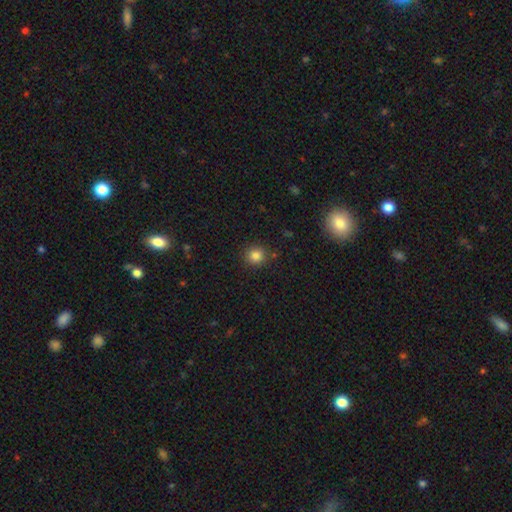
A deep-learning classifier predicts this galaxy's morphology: The model was most divided on "smooth or featured": smooth: 82%, star or artifact: 12%, featured or disk: 5%. More confident: how rounded — round (89%); merging — none (87%).